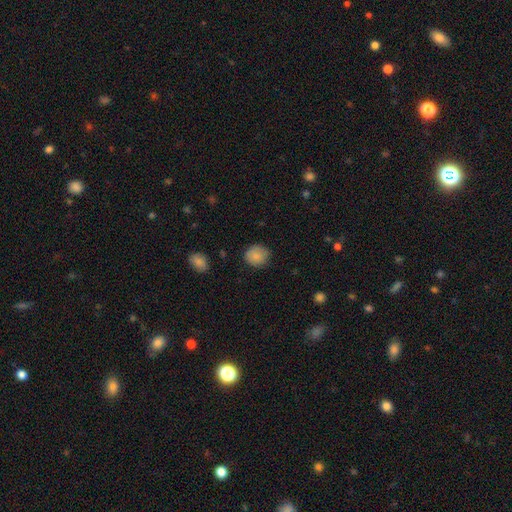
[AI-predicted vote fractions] This appears to be a smooth galaxy with no disk features (86%) that is round (77%). Merging: none (80%).